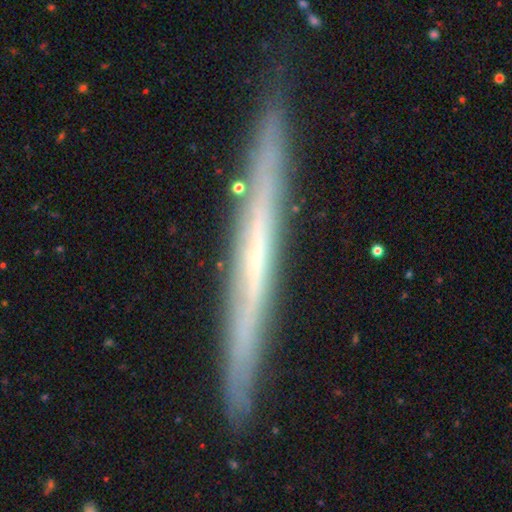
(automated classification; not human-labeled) This appears to be a featured or disk galaxy (69%) viewed edge-on (95%) with no central bulge (84%). Merging: none (88%).